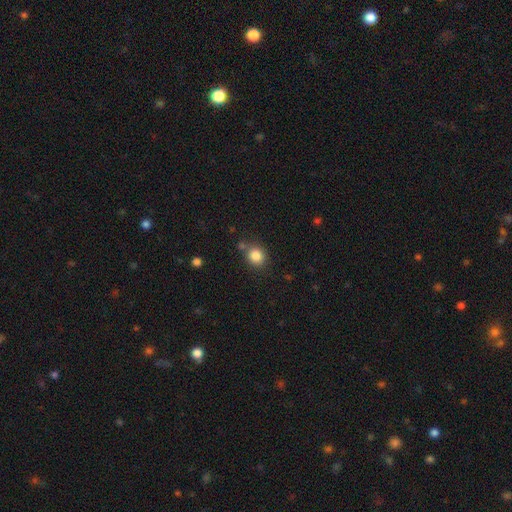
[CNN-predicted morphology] This is clearly a smooth galaxy (85%). How rounded: likely round (75%). Merging: likely none (76%).